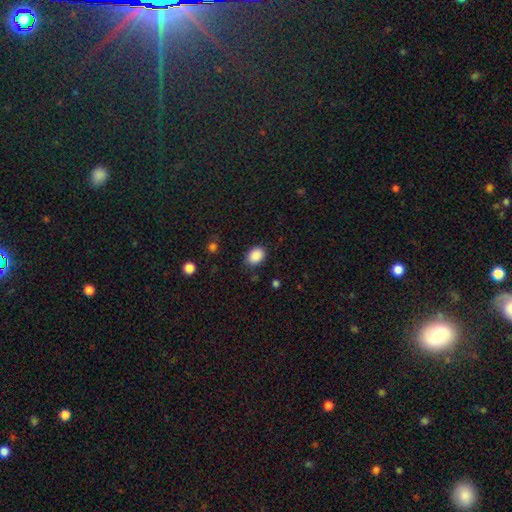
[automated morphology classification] Overall: smooth (88%). How rounded: in between (67%; round 32%). Merging: none (81%).